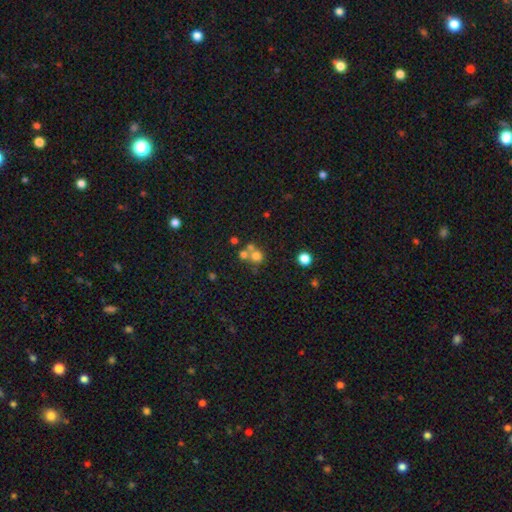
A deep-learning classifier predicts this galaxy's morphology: type=smooth (67%); roundness=round (86%); merging=merger (46%).